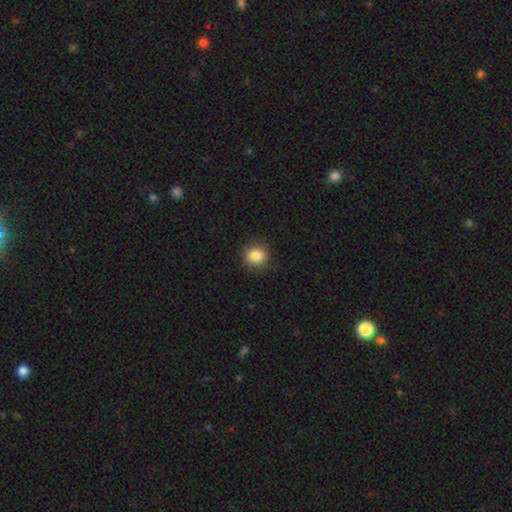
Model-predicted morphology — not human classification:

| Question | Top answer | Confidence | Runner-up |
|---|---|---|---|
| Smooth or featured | smooth | 86% | star or artifact (10%) |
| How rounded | round | 84% | in between (15%) |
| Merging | none | 87% | minor disturbance (9%) |